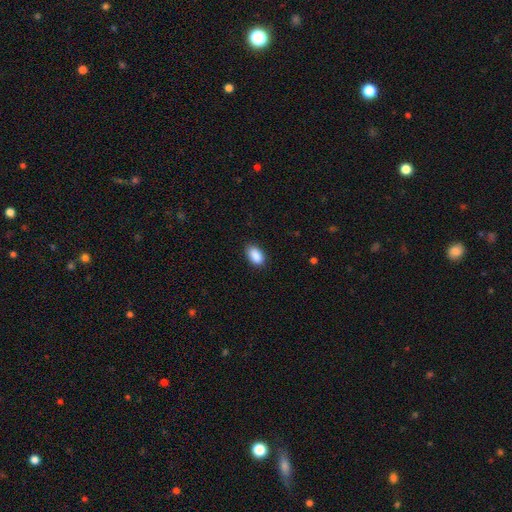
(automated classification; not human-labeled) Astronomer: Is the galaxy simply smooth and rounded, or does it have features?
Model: smooth — 90%.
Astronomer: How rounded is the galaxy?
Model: in between — 93%.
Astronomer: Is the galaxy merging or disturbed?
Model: none — 87%.